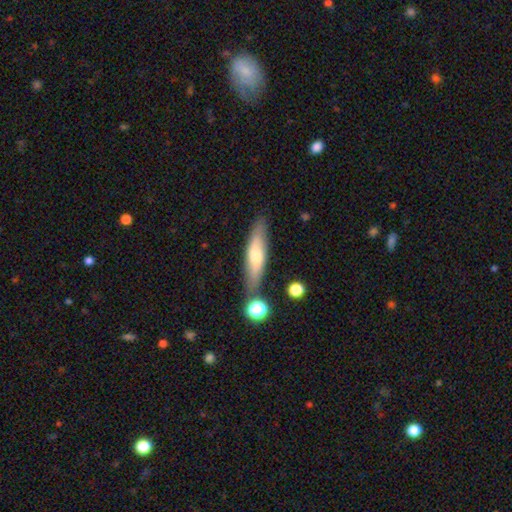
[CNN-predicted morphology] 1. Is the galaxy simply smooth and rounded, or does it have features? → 52% smooth, 40% featured or disk, 7% star or artifact.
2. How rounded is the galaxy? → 75% cigar-shaped, 22% in between, 2% round.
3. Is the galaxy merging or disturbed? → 78% none, 13% minor disturbance, 6% merger, 3% major disturbance.